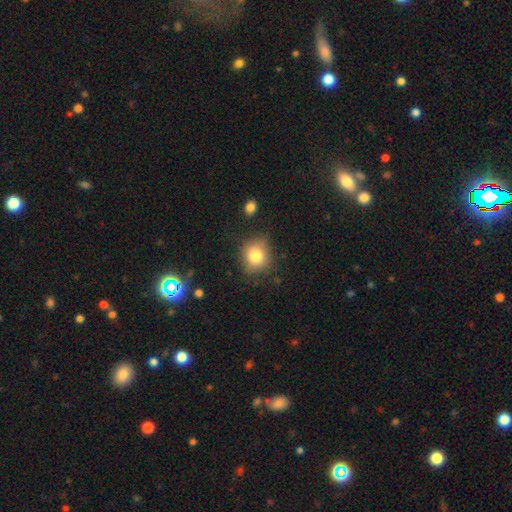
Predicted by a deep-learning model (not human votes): Overall: smooth (80%). How rounded: round (79%). Merging: none (78%).